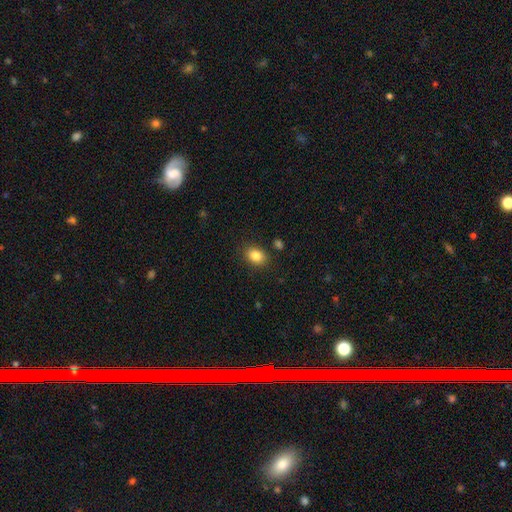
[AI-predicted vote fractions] smooth_or_featured: smooth (p=0.85) [alt: star or artifact p=0.09]
how_rounded: in between (p=0.71) [alt: round p=0.28]
merging: none (p=0.85) [alt: minor disturbance p=0.10]